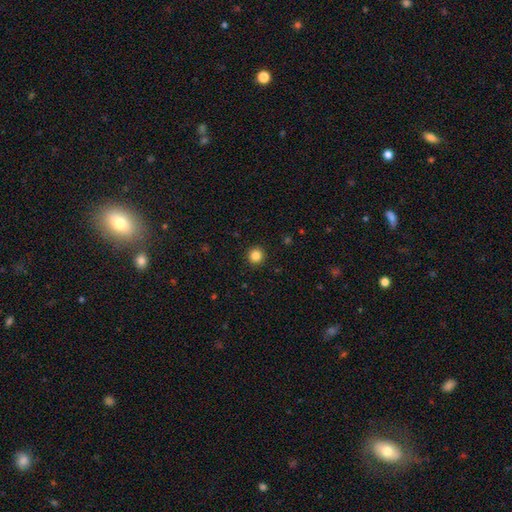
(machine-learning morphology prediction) This is clearly a smooth galaxy (85%). How rounded: clearly round (94%). Merging: clearly none (93%).